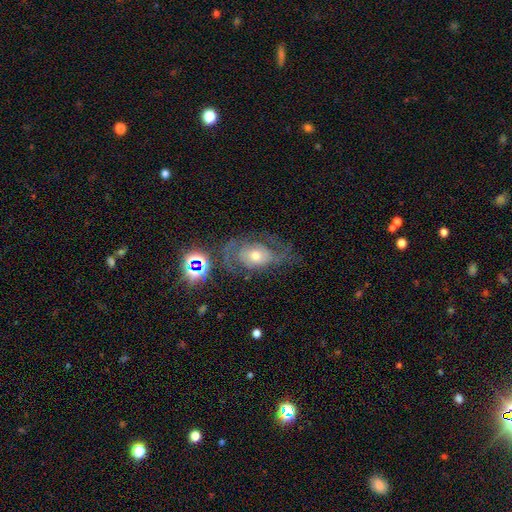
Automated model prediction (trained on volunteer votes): featured or disk 72%, smooth 15%, star or artifact 13%. Down the decision tree: edge-on disk — no (95%); bar — no (73%); spiral arms — yes (85%); spiral arm count — 2 (52%); spiral winding — medium (43%); bulge size — moderate (58%); merging — none (52%).